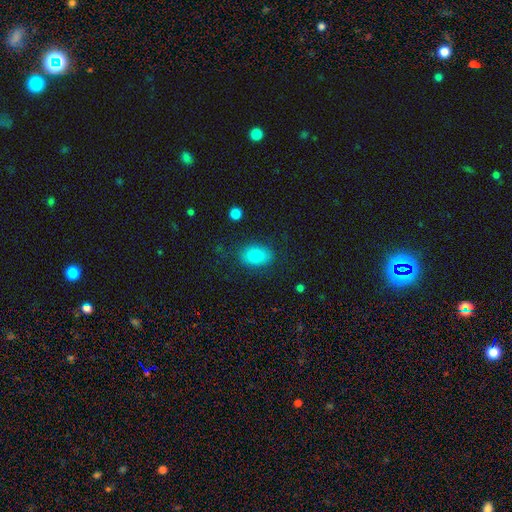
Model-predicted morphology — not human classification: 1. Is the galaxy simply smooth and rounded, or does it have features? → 83% smooth, 9% featured or disk, 9% star or artifact.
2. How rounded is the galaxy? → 82% in between, 17% round, 1% cigar-shaped.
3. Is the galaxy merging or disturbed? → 81% none, 13% minor disturbance, 5% major disturbance, 2% merger.